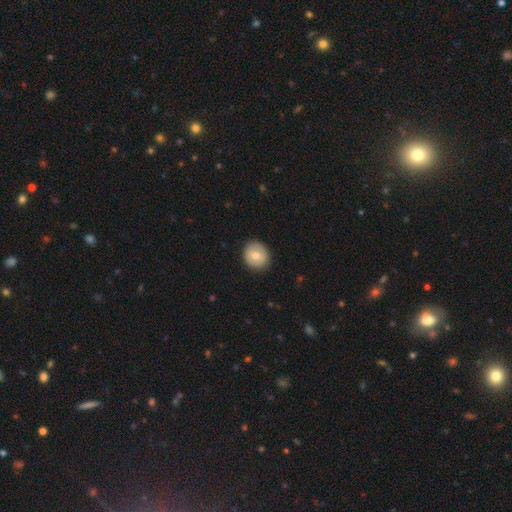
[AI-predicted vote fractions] A smooth galaxy with no disk features (72%) that is round (79%).

Vote fractions:
- Smooth or featured? smooth: 72% / featured or disk: 21% / star or artifact: 7%
- How rounded? round: 79% / in between: 20% / cigar-shaped: 1%
- Merging? none: 88% / minor disturbance: 9% / major disturbance: 2% / merger: 1%